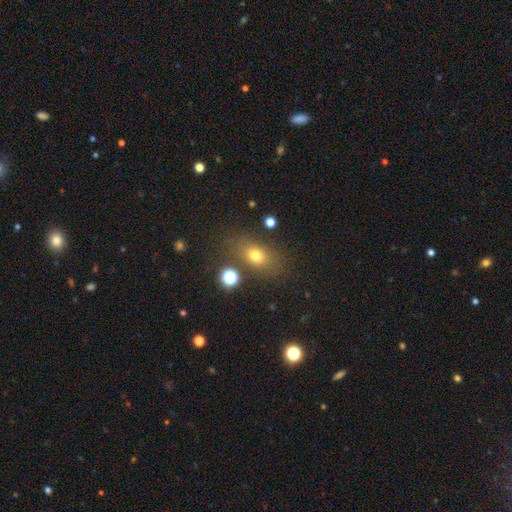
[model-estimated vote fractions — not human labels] Morphology: type=smooth (71%); roundness=in between (67%); merging=none (74%).